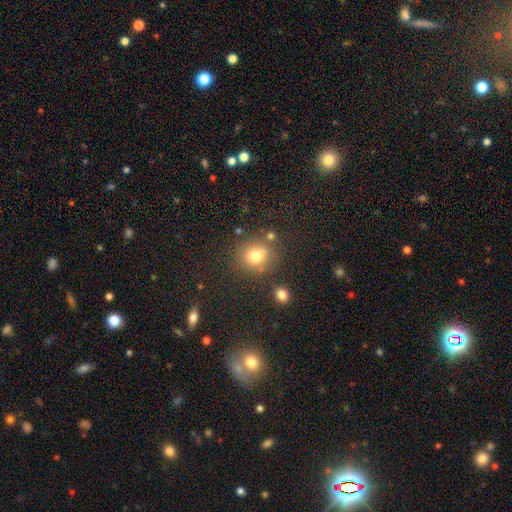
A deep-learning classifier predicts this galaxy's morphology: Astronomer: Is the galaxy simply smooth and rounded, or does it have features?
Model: smooth — 75%.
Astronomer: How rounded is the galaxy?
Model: round — 81%.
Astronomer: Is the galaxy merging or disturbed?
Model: none — 74%.